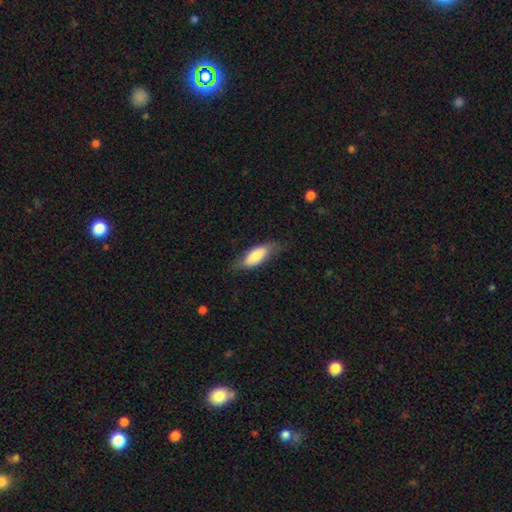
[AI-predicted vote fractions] Smooth or featured: smooth — 72% (featured or disk — 21%)
How rounded: in between — 73% (cigar-shaped — 25%)
Merging: none — 68% (minor disturbance — 23%)